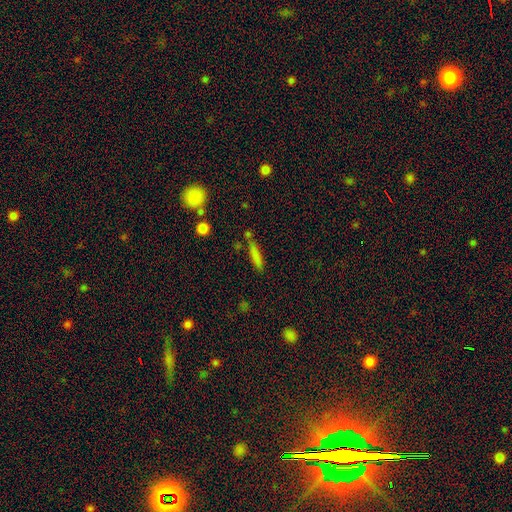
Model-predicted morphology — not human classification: Smooth or featured? Predicted: smooth (p=0.77). How rounded? Predicted: cigar-shaped (p=0.81). Merging? Predicted: none (p=0.68).